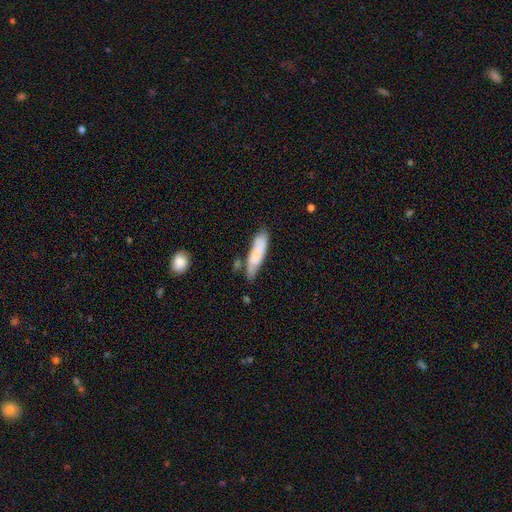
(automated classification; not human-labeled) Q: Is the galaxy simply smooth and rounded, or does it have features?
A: smooth — 76%.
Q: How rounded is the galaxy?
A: cigar-shaped — 68%.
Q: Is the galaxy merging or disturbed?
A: none — 57%.